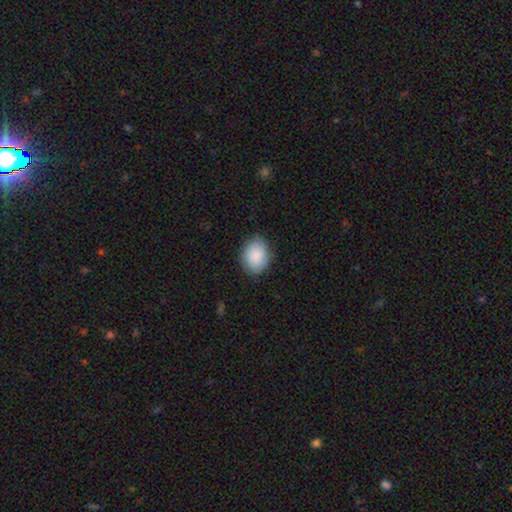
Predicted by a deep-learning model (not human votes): A smooth galaxy with no disk features (88%) that is in between round and cigar-shaped (58%). Merging: none (81%).